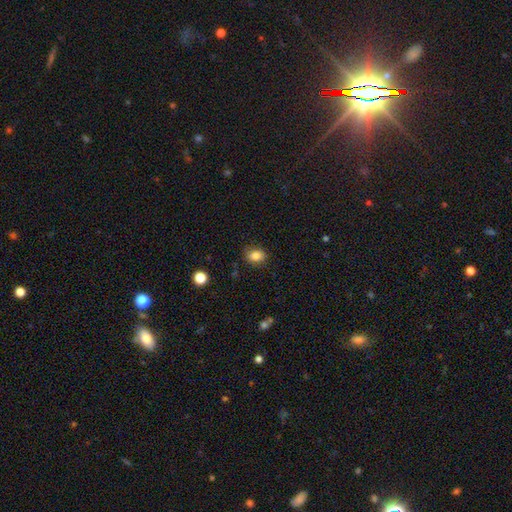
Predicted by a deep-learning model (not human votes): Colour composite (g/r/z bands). It shows a smooth galaxy with no disk features (84%) that is in between round and cigar-shaped (55%). Merging: none (83%).